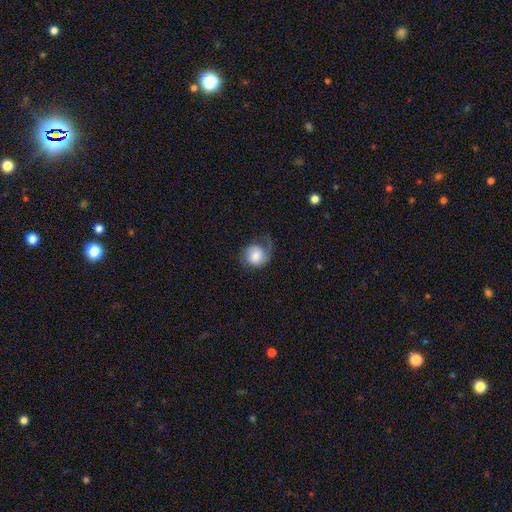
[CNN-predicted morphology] A smooth galaxy with no disk features (62%) that is round (79%).

Vote fractions:
- Smooth or featured? smooth: 62% / featured or disk: 30% / star or artifact: 8%
- How rounded? round: 79% / in between: 20% / cigar-shaped: 1%
- Merging? none: 44% / minor disturbance: 28% / major disturbance: 27% / merger: 2%